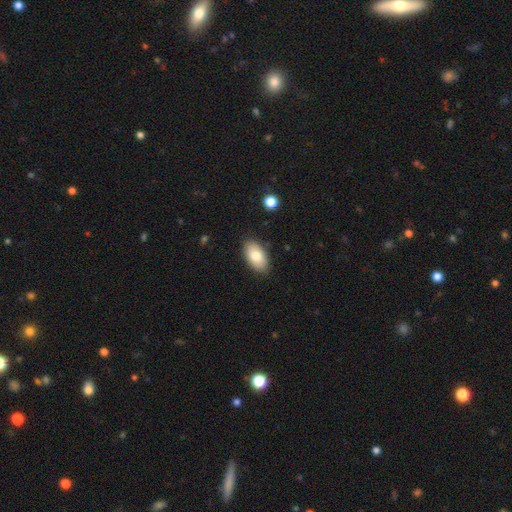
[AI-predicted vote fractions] Q: Smooth or featured?
A: smooth (83%); runner-up: featured or disk (11%)
Q: How rounded?
A: in between (95%); runner-up: round (3%)
Q: Merging?
A: none (86%); runner-up: minor disturbance (11%)